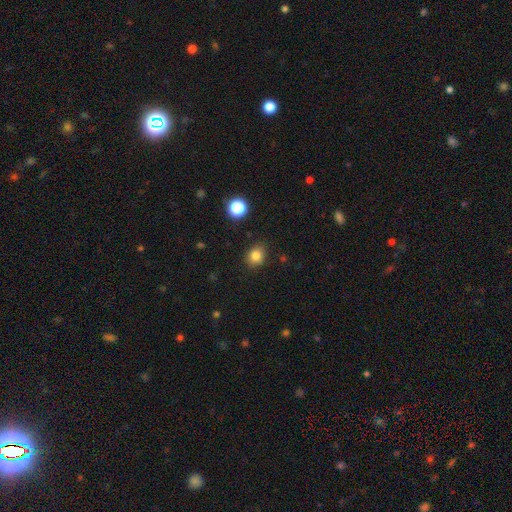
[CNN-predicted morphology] Smooth or featured? Predicted: smooth (p=0.82). How rounded? Predicted: round (p=0.62). Merging? Predicted: none (p=0.83).